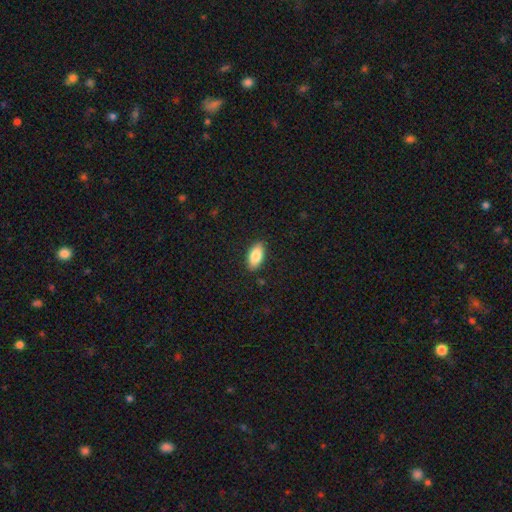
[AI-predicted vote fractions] This is clearly a smooth galaxy (84%). How rounded: clearly in between (91%). Merging: clearly none (88%).